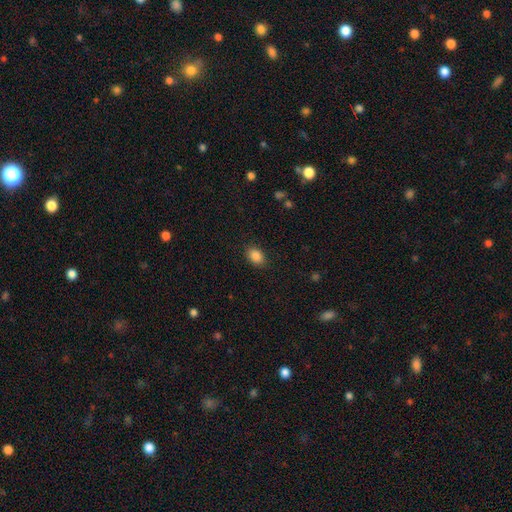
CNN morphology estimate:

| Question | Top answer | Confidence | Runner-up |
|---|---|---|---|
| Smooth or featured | smooth | 87% | star or artifact (9%) |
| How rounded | in between | 79% | round (20%) |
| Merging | none | 88% | minor disturbance (9%) |